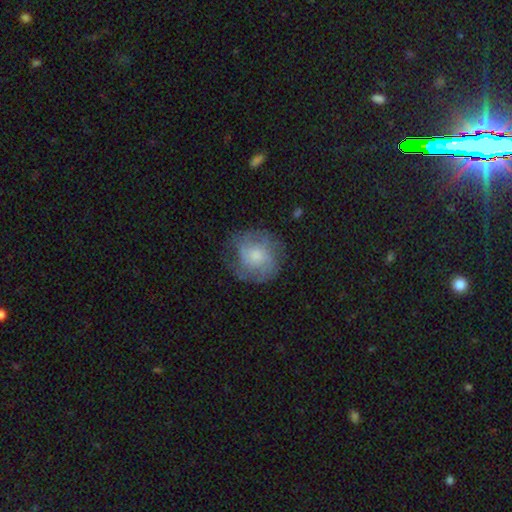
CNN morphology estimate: A featured or disk galaxy (48%).

Vote fractions:
- Smooth or featured? featured or disk: 48% / smooth: 44% / star or artifact: 8%
- Merging? none: 64% / minor disturbance: 22% / major disturbance: 13% / merger: 1%